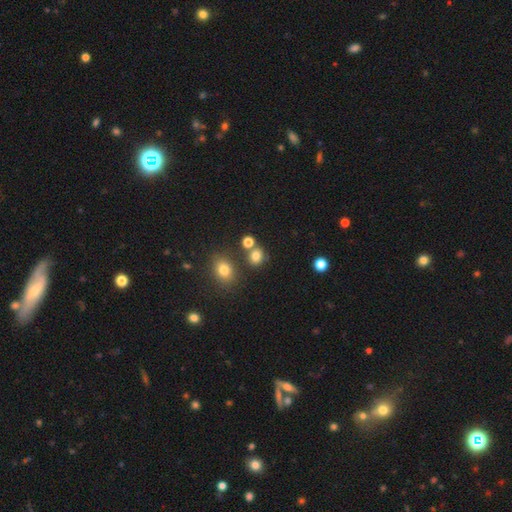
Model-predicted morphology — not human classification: This is likely a smooth galaxy (78%). How rounded: likely round (67%). Merging: likely none (66%).